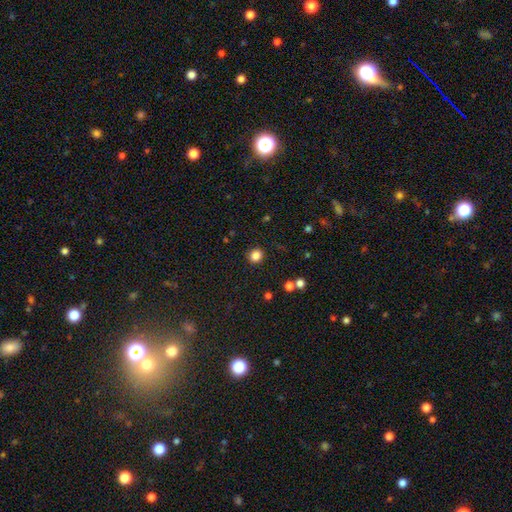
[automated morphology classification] This is clearly a smooth galaxy (85%). How rounded: clearly round (85%). Merging: clearly none (90%).